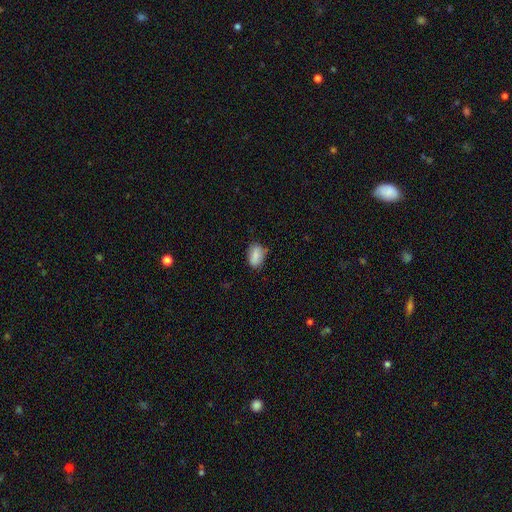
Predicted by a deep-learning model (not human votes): Q: Smooth or featured?
A: smooth (85%); runner-up: featured or disk (8%)
Q: How rounded?
A: in between (87%); runner-up: round (10%)
Q: Merging?
A: none (71%); runner-up: minor disturbance (23%)